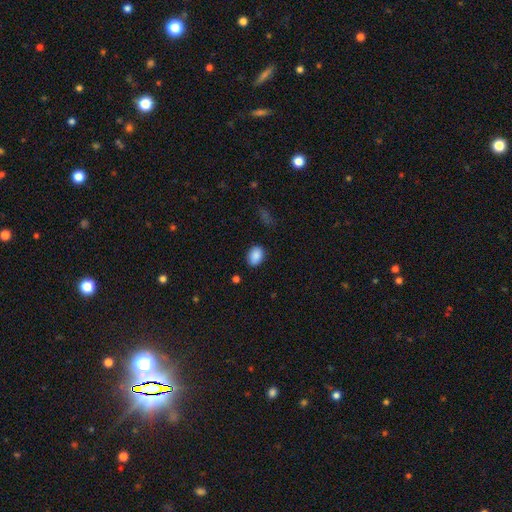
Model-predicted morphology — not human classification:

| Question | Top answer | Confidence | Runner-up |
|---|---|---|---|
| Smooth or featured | smooth | 88% | star or artifact (8%) |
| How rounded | in between | 78% | round (20%) |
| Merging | none | 84% | minor disturbance (12%) |